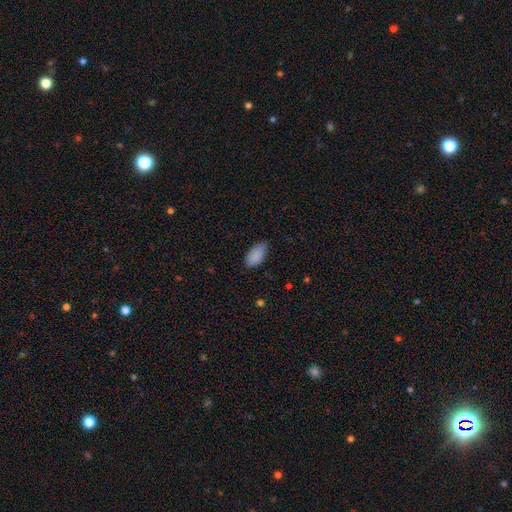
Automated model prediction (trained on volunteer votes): Overall: smooth (88%). How rounded: in between (94%). Merging: none (76%).